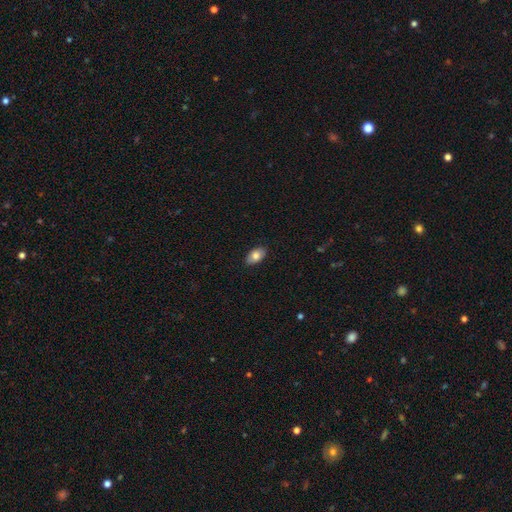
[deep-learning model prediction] Smooth or featured? smooth (80%)
How rounded? in between (93%)
Merging? none (88%)